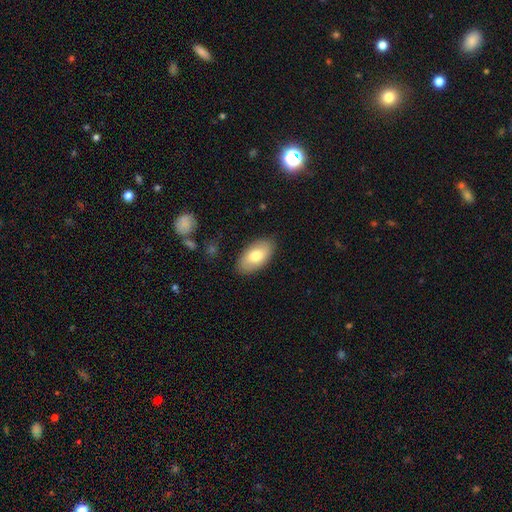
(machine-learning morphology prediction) A smooth galaxy with no disk features (76%) that is in between round and cigar-shaped (94%). Merging: none (86%).